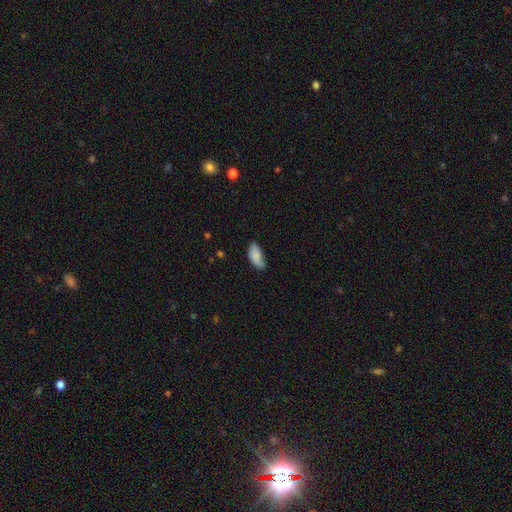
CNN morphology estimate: The model was most divided on "merging": none: 58%, minor disturbance: 34%, major disturbance: 6%, merger: 2%. More confident: how rounded — in between (90%); smooth or featured — smooth (83%).